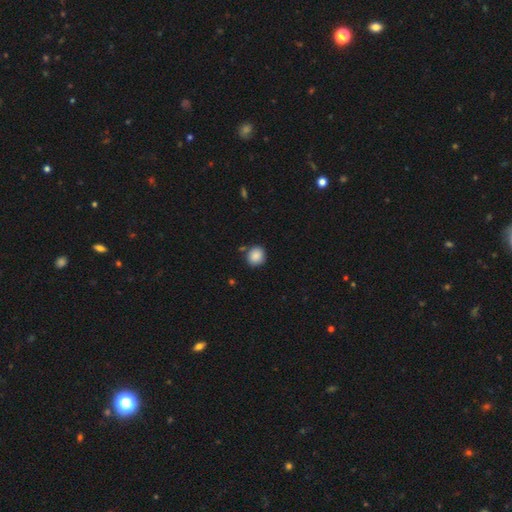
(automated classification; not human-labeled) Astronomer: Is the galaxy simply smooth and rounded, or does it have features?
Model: smooth — 88%.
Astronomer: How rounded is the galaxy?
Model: round — 78%.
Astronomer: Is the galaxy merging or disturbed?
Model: none — 83%.